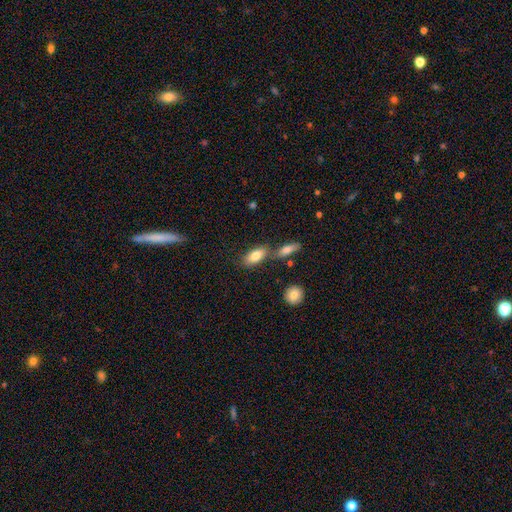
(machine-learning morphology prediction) Overall: smooth (80%). How rounded: in between (86%). Merging: none (58%; merger 25%).